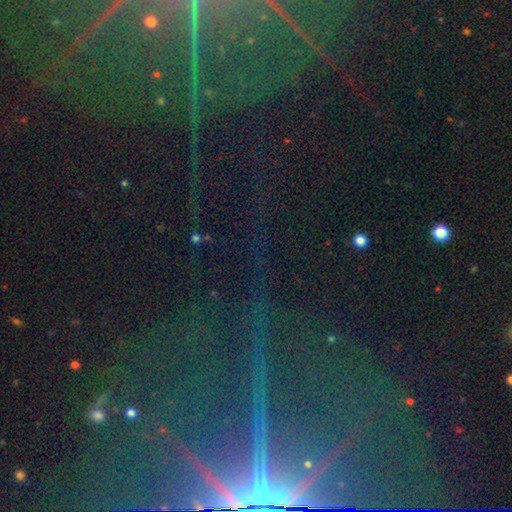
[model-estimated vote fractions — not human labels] Q: Smooth or featured?
A: star or artifact (81%); runner-up: featured or disk (11%)